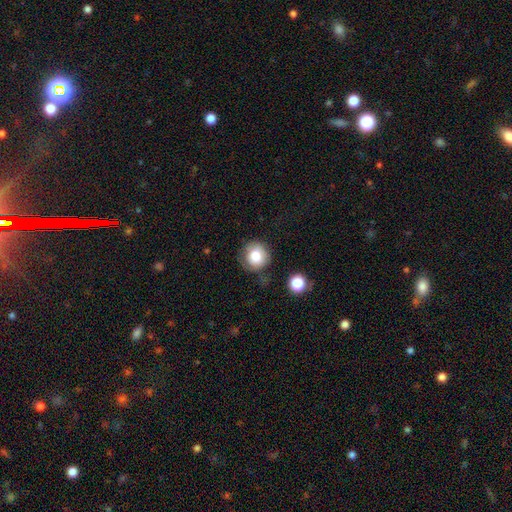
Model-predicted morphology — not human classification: smooth-or-featured: smooth: 78% | featured or disk: 12% | star or artifact: 10%
  how-rounded: round: 91% | in between: 8% | cigar-shaped: 1%
  merging: none: 70% | minor disturbance: 20% | major disturbance: 6% | merger: 4%